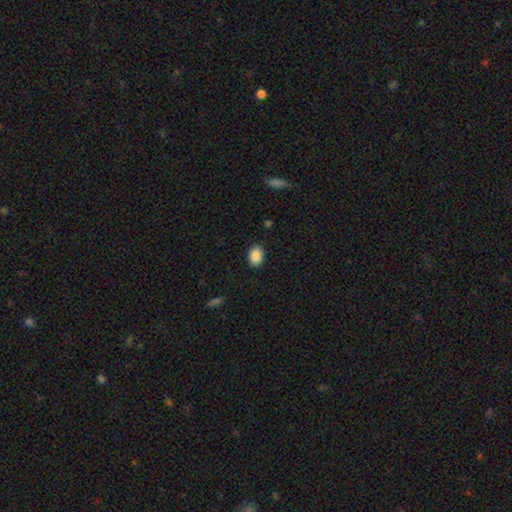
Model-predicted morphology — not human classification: Smooth or featured? Predicted: smooth (p=0.89). How rounded? Predicted: in between (p=0.78). Merging? Predicted: none (p=0.88).